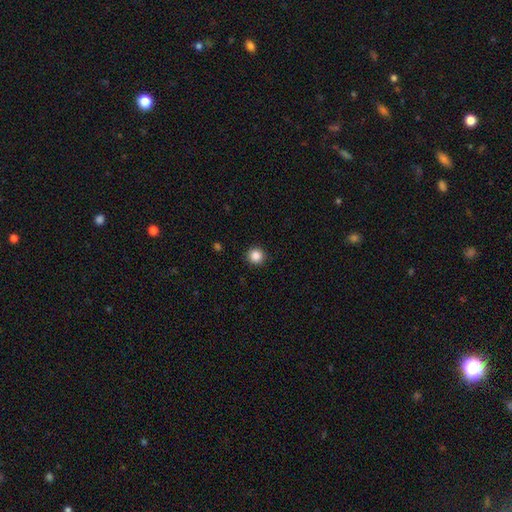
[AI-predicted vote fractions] Smooth or featured? smooth (86%)
How rounded? round (94%)
Merging? none (92%)